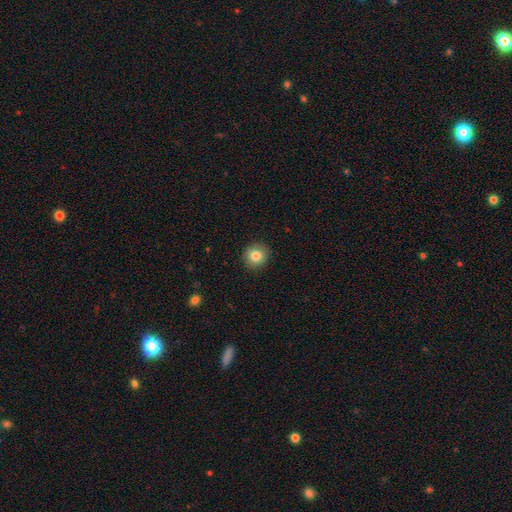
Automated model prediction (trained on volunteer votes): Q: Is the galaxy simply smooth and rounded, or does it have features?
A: smooth — 83%.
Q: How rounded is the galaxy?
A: round — 88%.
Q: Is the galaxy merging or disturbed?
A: none — 91%.